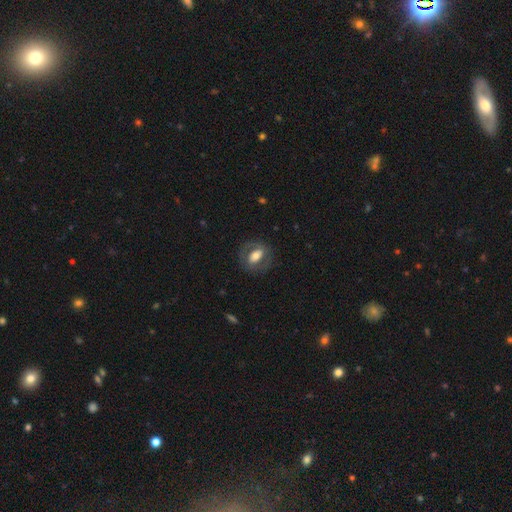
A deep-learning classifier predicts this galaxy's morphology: A smooth galaxy with no disk features (49%).

Vote fractions:
- Smooth or featured? smooth: 49% / featured or disk: 45% / star or artifact: 7%
- Merging? none: 76% / minor disturbance: 13% / major disturbance: 10% / merger: 1%